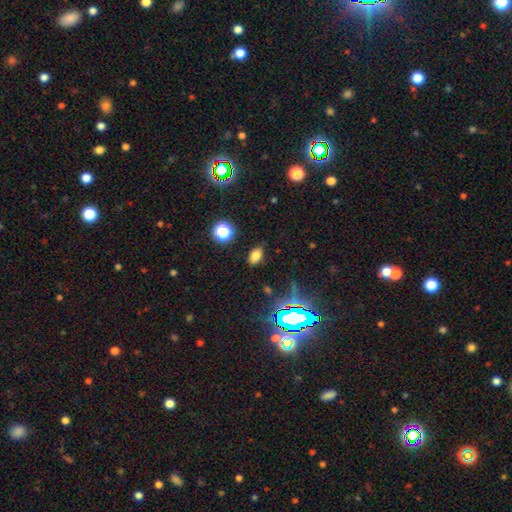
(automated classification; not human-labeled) This appears to be a smooth galaxy with no disk features (73%) that is in between round and cigar-shaped (86%). Merging: none (82%).